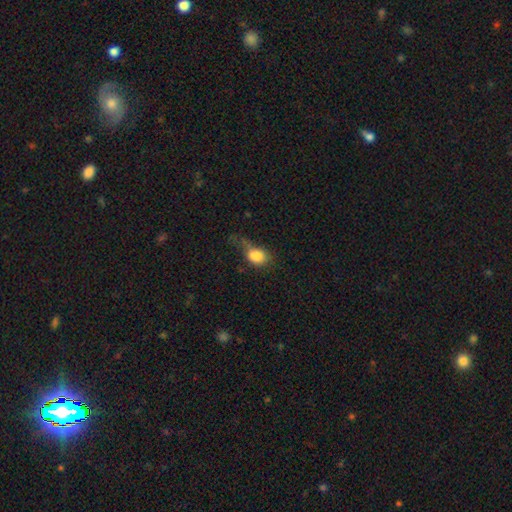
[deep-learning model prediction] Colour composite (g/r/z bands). It shows a smooth galaxy with no disk features (82%) that is in between round and cigar-shaped (61%). Merging: major disturbance (36%).